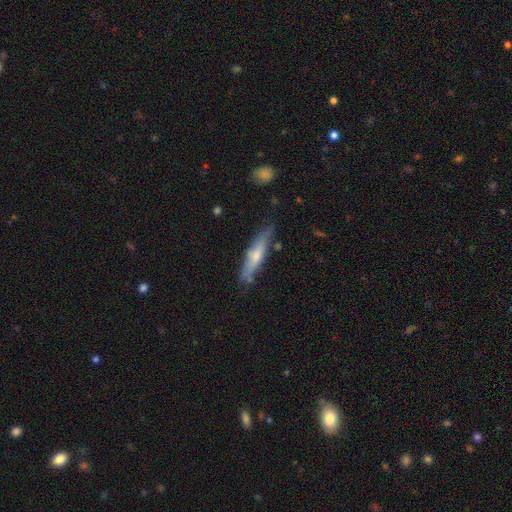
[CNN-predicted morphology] This is possibly a smooth galaxy (51%). How rounded: clearly cigar-shaped (83%). Merging: likely none (74%).